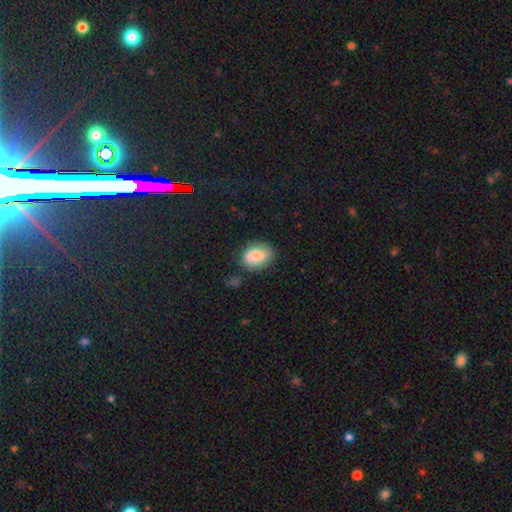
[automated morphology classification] Q: Smooth or featured?
A: smooth (76%); runner-up: featured or disk (16%)
Q: How rounded?
A: in between (74%); runner-up: round (24%)
Q: Merging?
A: none (70%); runner-up: minor disturbance (20%)